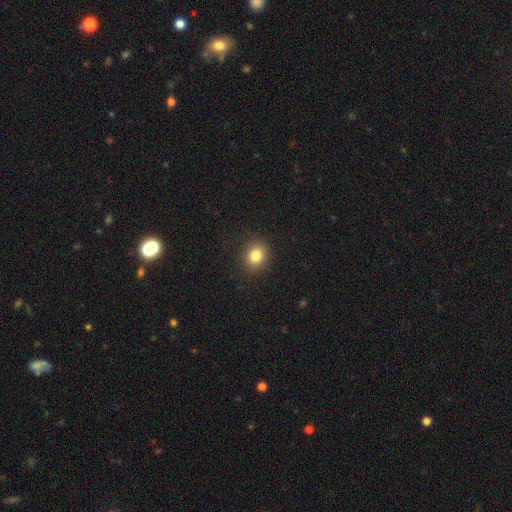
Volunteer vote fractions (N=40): This is clearly a smooth galaxy (85%). How rounded: likely round (68%). Merging: clearly none (89%).